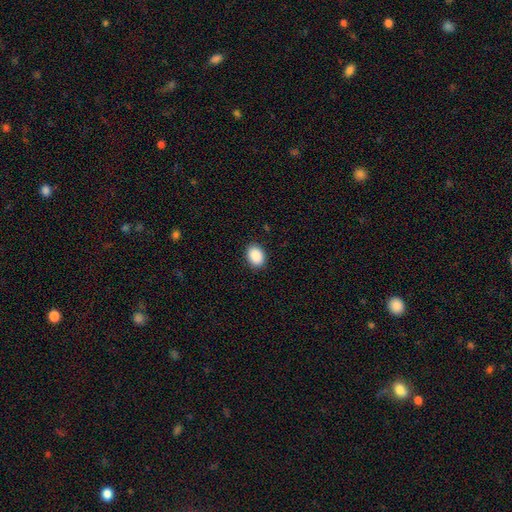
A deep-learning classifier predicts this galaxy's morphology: Q: Smooth or featured?
A: smooth (90%); runner-up: star or artifact (7%)
Q: How rounded?
A: in between (75%); runner-up: round (24%)
Q: Merging?
A: none (90%); runner-up: minor disturbance (8%)